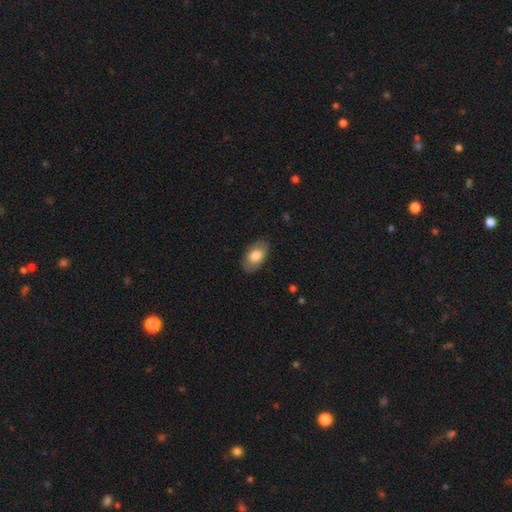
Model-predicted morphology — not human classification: This appears to be a smooth galaxy with no disk features (79%) that is in between round and cigar-shaped (93%). Merging: none (85%).